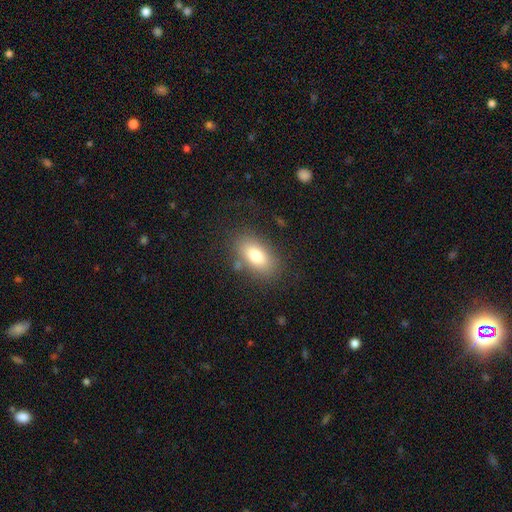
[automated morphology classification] Smooth or featured? Predicted: smooth (p=0.77). How rounded? Predicted: in between (p=0.89). Merging? Predicted: none (p=0.78).